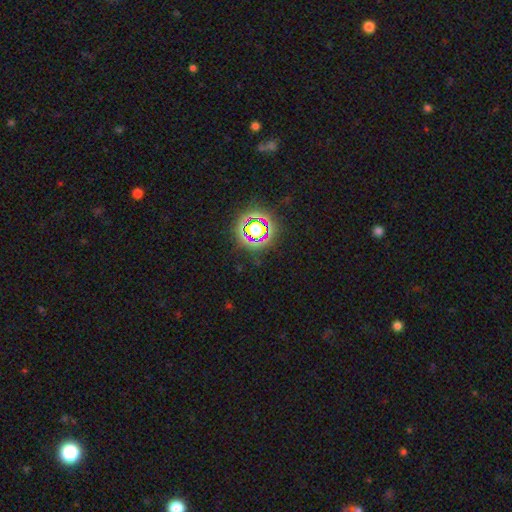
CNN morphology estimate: This appears to be a star or artifact, not a galaxy (75%).